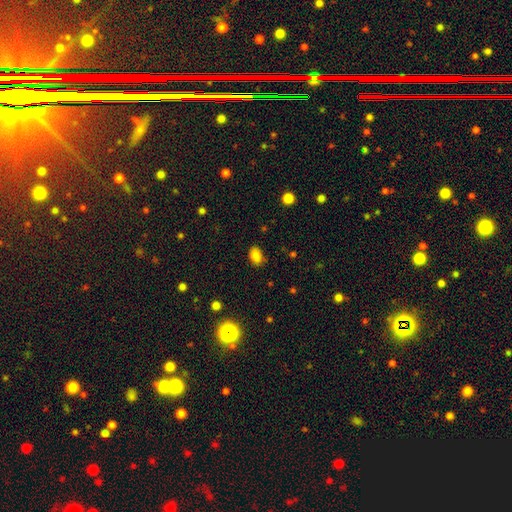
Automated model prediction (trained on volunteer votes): smooth_or_featured: smooth (p=0.83) [alt: star or artifact p=0.12]
how_rounded: in between (p=0.81) [alt: round p=0.18]
merging: none (p=0.81) [alt: minor disturbance p=0.14]